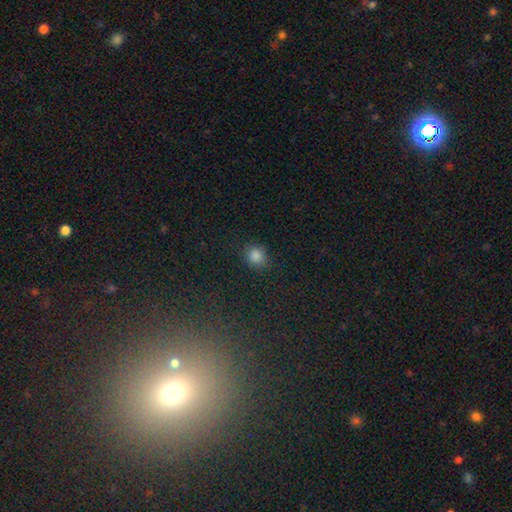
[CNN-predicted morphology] type=smooth (83%); roundness=round (83%); merging=none (86%).